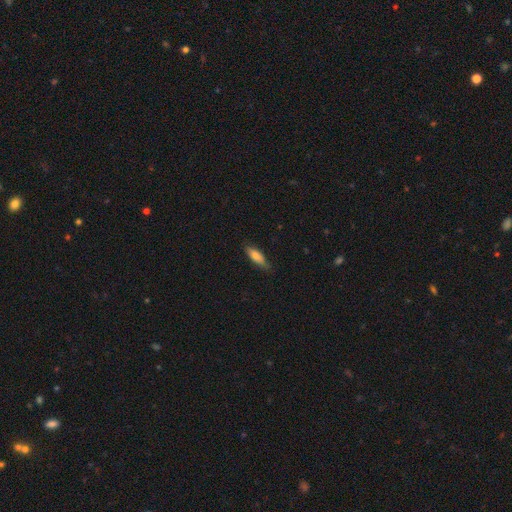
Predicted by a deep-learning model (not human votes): This appears to be a smooth galaxy with no disk features (75%) that is in between round and cigar-shaped (50%). Merging: none (76%).